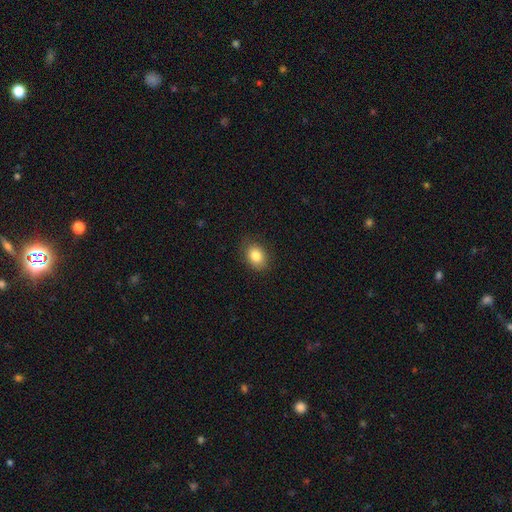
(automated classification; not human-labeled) A smooth galaxy with no disk features (84%) that is in between round and cigar-shaped (68%).

Vote fractions:
- Smooth or featured? smooth: 84% / star or artifact: 9% / featured or disk: 7%
- How rounded? in between: 68% / round: 31% / cigar-shaped: 1%
- Merging? none: 84% / minor disturbance: 12% / major disturbance: 3% / merger: 1%